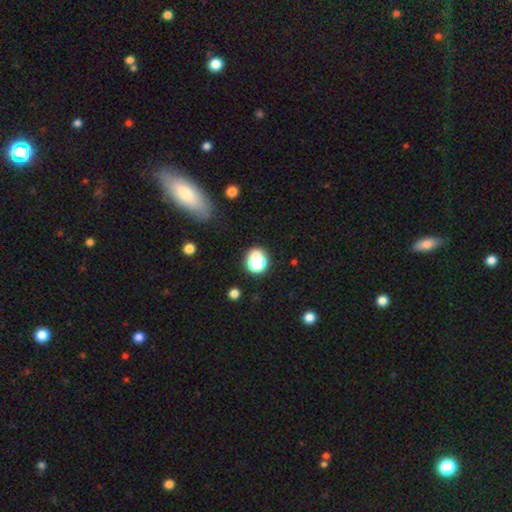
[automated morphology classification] Smooth or featured?
  - smooth: 71% *
  - star or artifact: 19%
  - featured or disk: 10%
How rounded?
  - round: 79% *
  - in between: 19%
  - cigar-shaped: 1%
Merging?
  - none: 68% *
  - minor disturbance: 15%
  - merger: 11%
  - major disturbance: 6%